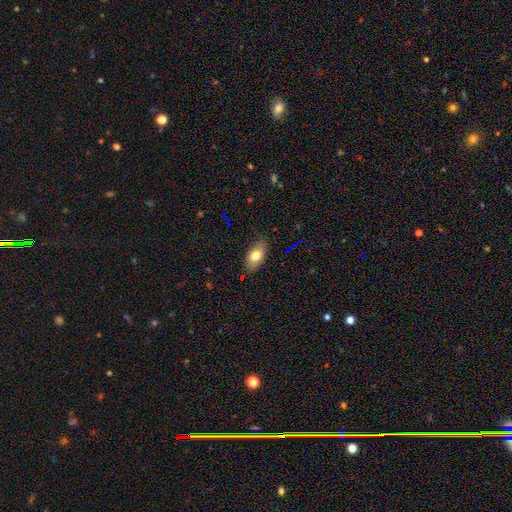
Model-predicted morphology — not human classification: This is likely a smooth galaxy (74%). How rounded: clearly in between (90%). Merging: clearly none (82%).